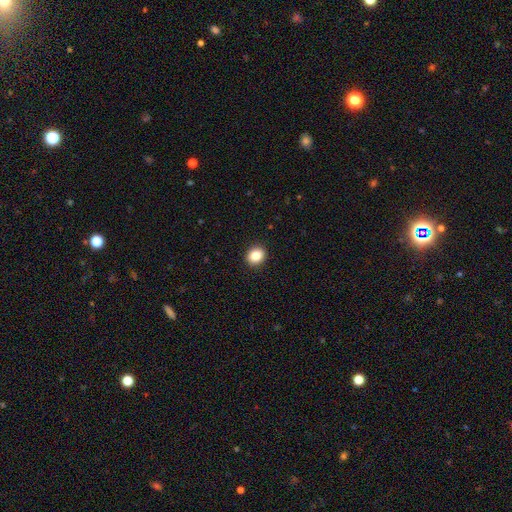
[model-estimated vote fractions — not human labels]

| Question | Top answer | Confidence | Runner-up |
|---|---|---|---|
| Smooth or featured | smooth | 85% | star or artifact (10%) |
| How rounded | round | 68% | in between (31%) |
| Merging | none | 92% | minor disturbance (5%) |